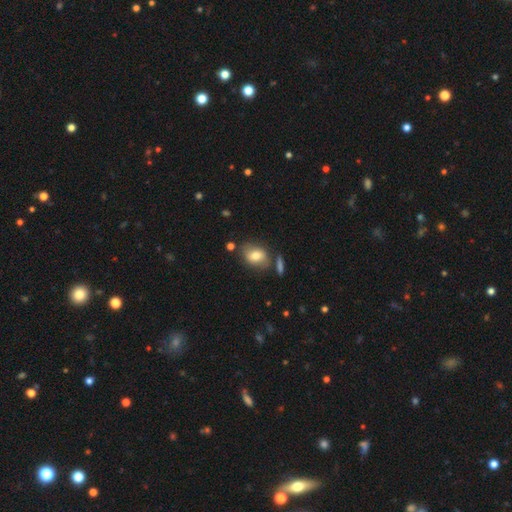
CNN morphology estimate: smooth-or-featured: smooth: 73% | featured or disk: 18% | star or artifact: 9%
  how-rounded: in between: 67% | round: 32% | cigar-shaped: 2%
  merging: none: 68% | minor disturbance: 17% | merger: 9% | major disturbance: 5%